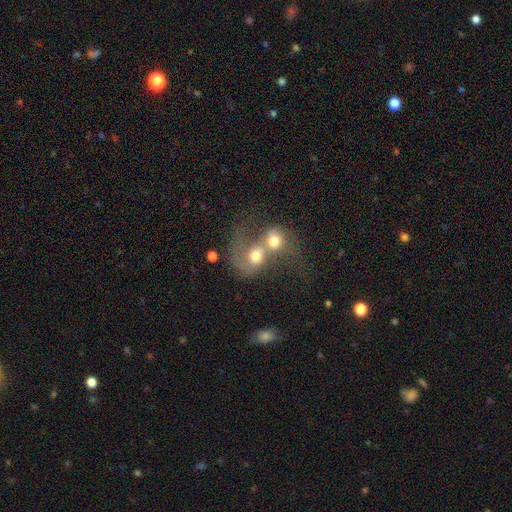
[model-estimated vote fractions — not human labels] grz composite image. It shows a smooth galaxy with no disk features (51%) that is round (60%). Merging: merger (82%).